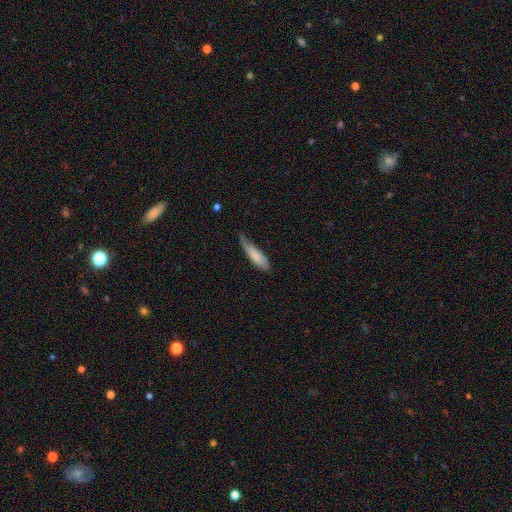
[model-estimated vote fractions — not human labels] Overall: smooth (77%). How rounded: cigar-shaped (63%; in between 36%). Merging: minor disturbance (44%; none 40%).